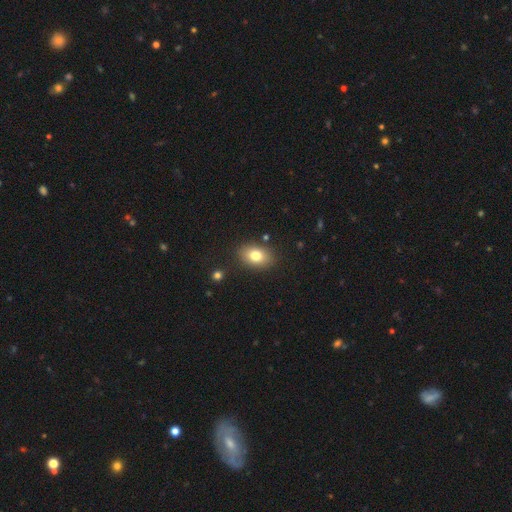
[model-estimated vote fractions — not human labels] Smooth or featured?
  - smooth: 79% *
  - featured or disk: 12%
  - star or artifact: 9%
How rounded?
  - in between: 81% *
  - round: 17%
  - cigar-shaped: 1%
Merging?
  - none: 85% *
  - minor disturbance: 10%
  - major disturbance: 3%
  - merger: 2%